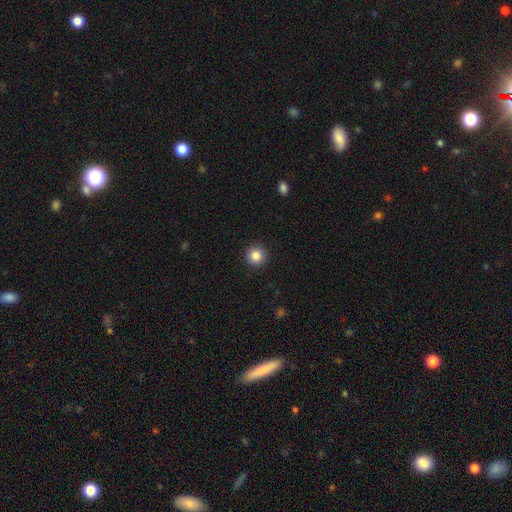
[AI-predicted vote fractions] A smooth galaxy with no disk features (85%) that is round (96%). Merging: none (93%).